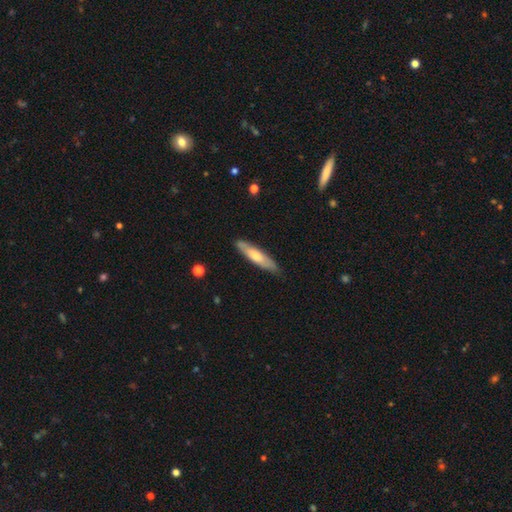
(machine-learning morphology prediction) This appears to be a smooth galaxy with no disk features (58%) that is cigar-shaped (81%). Merging: none (82%).